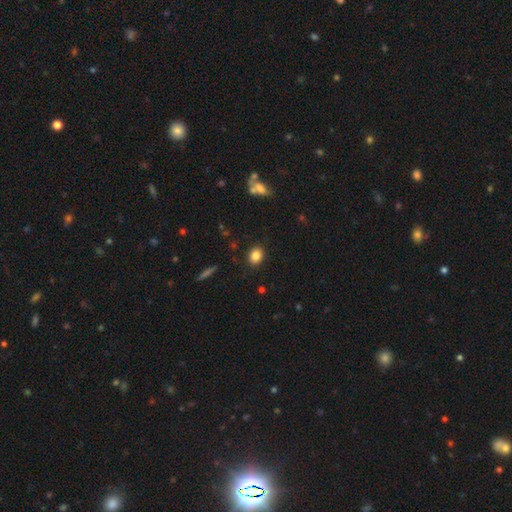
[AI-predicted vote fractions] This appears to be a smooth galaxy with no disk features (84%) that is in between round and cigar-shaped (58%). Merging: none (89%).